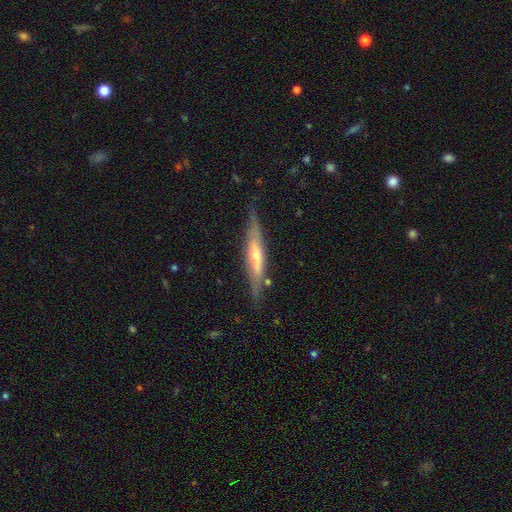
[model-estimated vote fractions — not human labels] The model was most divided on "smooth or featured": featured or disk: 64%, smooth: 31%, star or artifact: 6%. More confident: edge-on disk — yes (87%); merging — none (78%); edge-on bulge — rounded (65%).